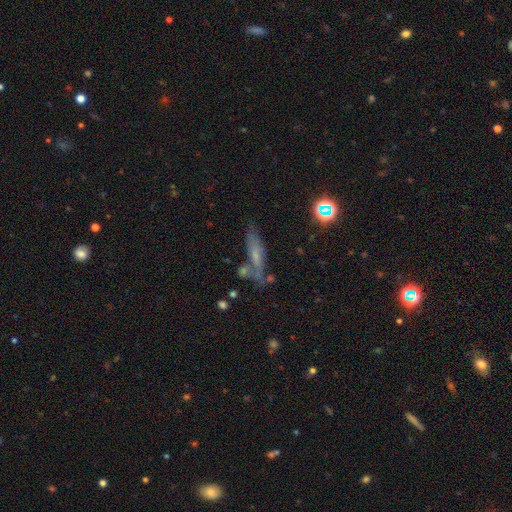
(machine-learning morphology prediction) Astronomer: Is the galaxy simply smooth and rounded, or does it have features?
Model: smooth — 42% (runner-up: featured or disk, 41%).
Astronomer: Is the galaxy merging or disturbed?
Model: none — 52%.